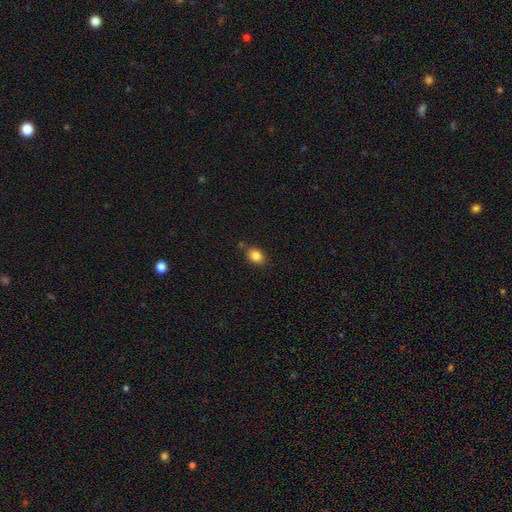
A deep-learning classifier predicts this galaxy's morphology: Q: Smooth or featured?
A: smooth (85%); runner-up: star or artifact (10%)
Q: How rounded?
A: in between (59%); runner-up: round (40%)
Q: Merging?
A: none (77%); runner-up: minor disturbance (14%)